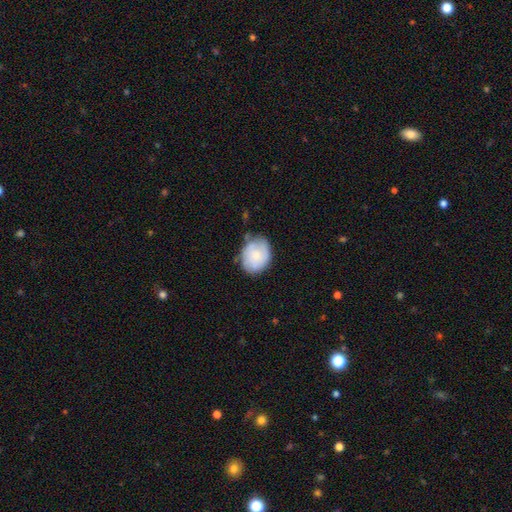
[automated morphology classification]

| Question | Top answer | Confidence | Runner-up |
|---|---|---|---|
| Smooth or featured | smooth | 63% | featured or disk (30%) |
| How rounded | in between | 51% | round (49%) |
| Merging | none | 63% | minor disturbance (27%) |